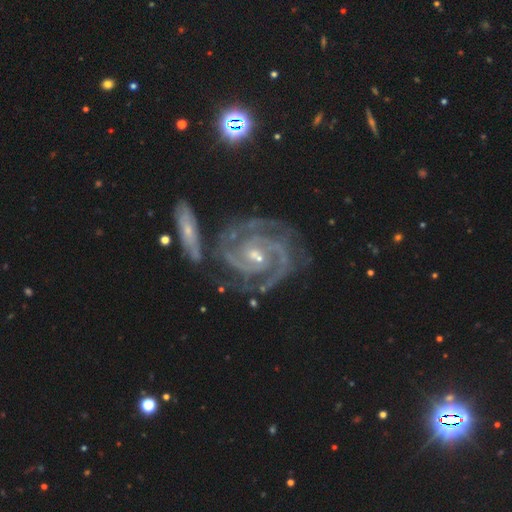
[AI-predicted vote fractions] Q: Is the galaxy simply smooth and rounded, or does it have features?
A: featured or disk — 94%.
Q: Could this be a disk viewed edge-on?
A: no — 98%.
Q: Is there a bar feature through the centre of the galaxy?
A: no — 42%.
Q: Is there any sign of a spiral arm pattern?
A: yes — 99%.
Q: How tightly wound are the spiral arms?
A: tight — 67%.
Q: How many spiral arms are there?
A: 2 — 65%.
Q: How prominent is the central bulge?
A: small — 71%.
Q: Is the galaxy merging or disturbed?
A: none — 61%.